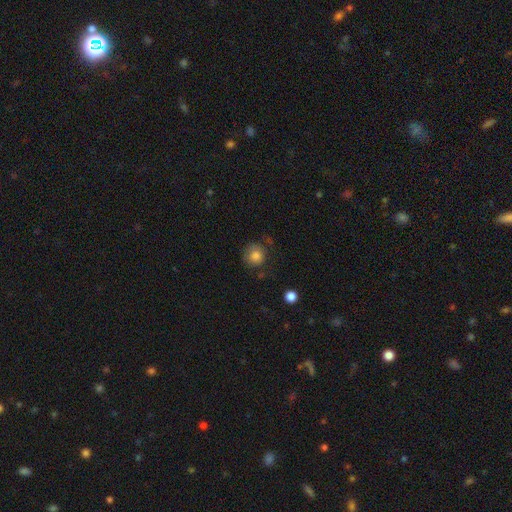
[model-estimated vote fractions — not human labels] smooth-or-featured: smooth: 82% | star or artifact: 10% | featured or disk: 8%
  how-rounded: round: 87% | in between: 12% | cigar-shaped: 1%
  merging: none: 69% | minor disturbance: 20% | major disturbance: 8% | merger: 3%